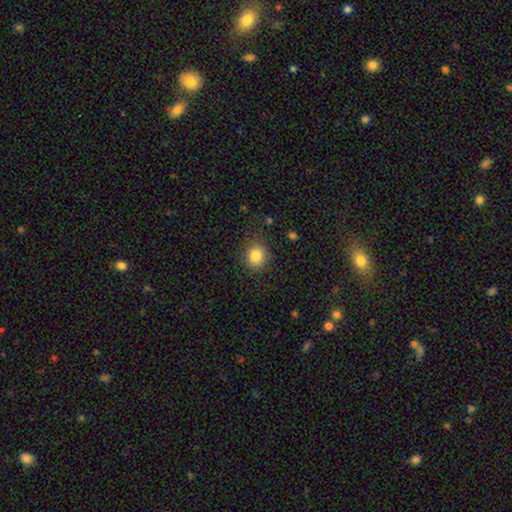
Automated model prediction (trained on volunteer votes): Smooth or featured?
  - smooth: 84% *
  - star or artifact: 10%
  - featured or disk: 5%
How rounded?
  - round: 79% *
  - in between: 20%
  - cigar-shaped: 1%
Merging?
  - none: 82% *
  - minor disturbance: 12%
  - major disturbance: 4%
  - merger: 1%